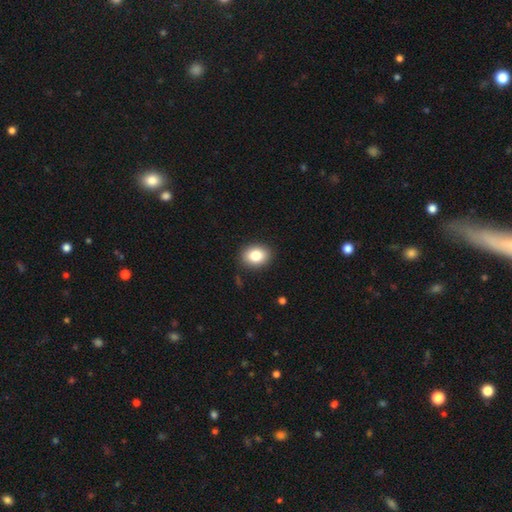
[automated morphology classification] smooth_or_featured: smooth (p=0.83) [alt: star or artifact p=0.09]
how_rounded: in between (p=0.56) [alt: round p=0.43]
merging: none (p=0.89) [alt: minor disturbance p=0.08]